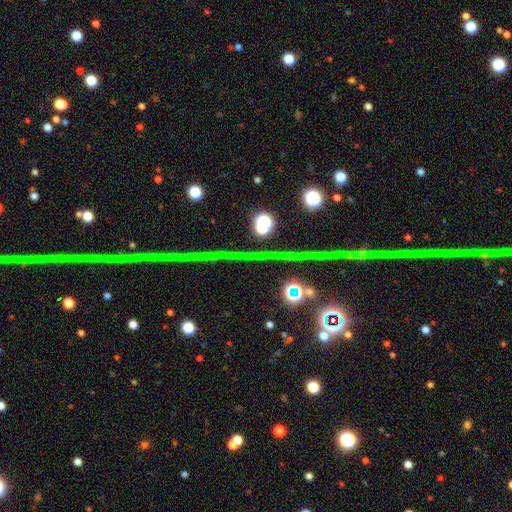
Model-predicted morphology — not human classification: Smooth or featured?
  - star or artifact: 80% *
  - featured or disk: 12%
  - smooth: 8%